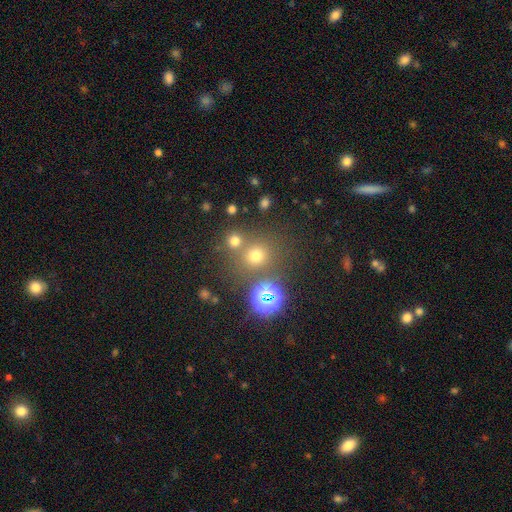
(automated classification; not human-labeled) This is likely a smooth galaxy (64%). How rounded: clearly round (89%). Merging: likely none (71%).